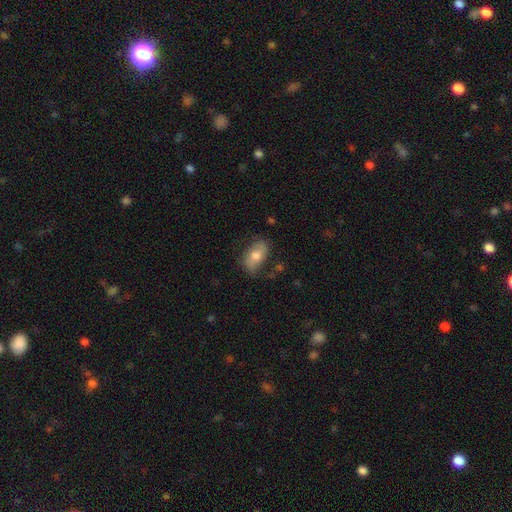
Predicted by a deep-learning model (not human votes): A smooth galaxy with no disk features (62%) that is in between round and cigar-shaped (90%).

Vote fractions:
- Smooth or featured? smooth: 62% / featured or disk: 30% / star or artifact: 7%
- How rounded? in between: 90% / round: 7% / cigar-shaped: 3%
- Merging? none: 71% / minor disturbance: 21% / major disturbance: 7% / merger: 2%